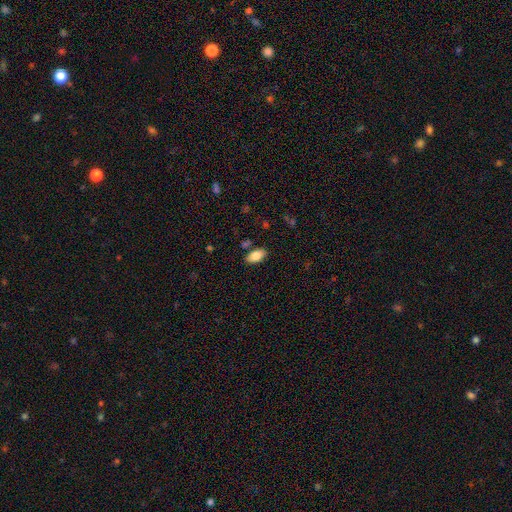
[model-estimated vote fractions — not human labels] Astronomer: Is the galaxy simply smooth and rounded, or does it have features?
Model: smooth — 84%.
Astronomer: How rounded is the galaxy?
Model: in between — 94%.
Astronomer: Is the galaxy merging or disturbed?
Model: none — 83%.